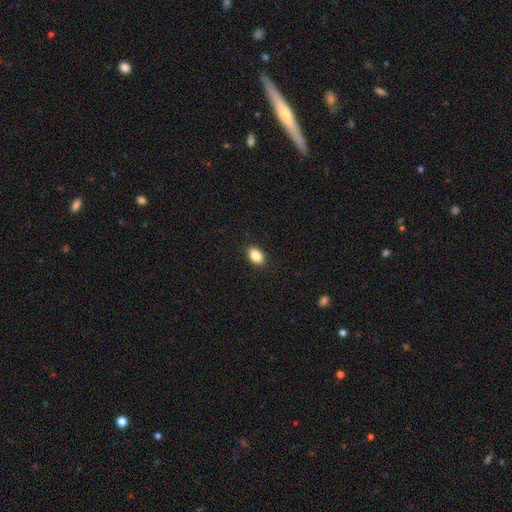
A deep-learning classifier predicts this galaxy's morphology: smooth-or-featured: smooth: 85% | star or artifact: 8% | featured or disk: 7%
  how-rounded: in between: 89% | round: 9% | cigar-shaped: 2%
  merging: none: 89% | minor disturbance: 8% | major disturbance: 2% | merger: 1%